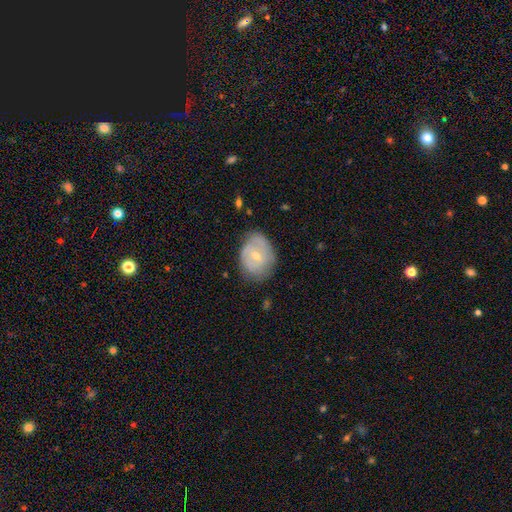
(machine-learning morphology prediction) smooth_or_featured: featured or disk (p=0.52) [alt: smooth p=0.41]
disk_edge_on: no (p=0.95) [alt: yes p=0.05]
bar: no (p=0.52) [alt: weak p=0.39]
has_spiral_arms: yes (p=0.56) [alt: no p=0.44]
bulge_size: moderate (p=0.49) [alt: small p=0.47]
merging: none (p=0.63) [alt: minor disturbance p=0.28]